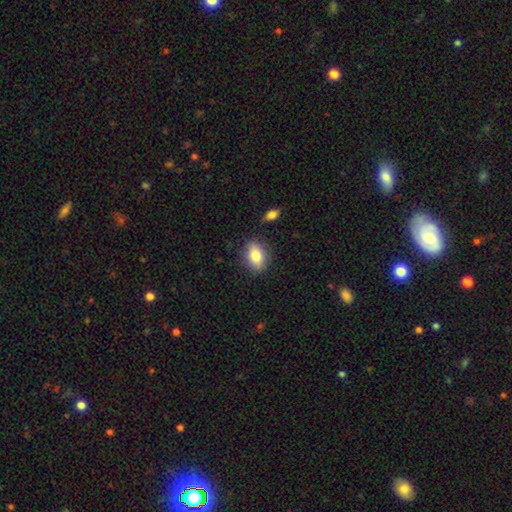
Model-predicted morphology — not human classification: Q: Smooth or featured?
A: smooth (83%); runner-up: featured or disk (10%)
Q: How rounded?
A: in between (81%); runner-up: round (17%)
Q: Merging?
A: none (83%); runner-up: minor disturbance (12%)